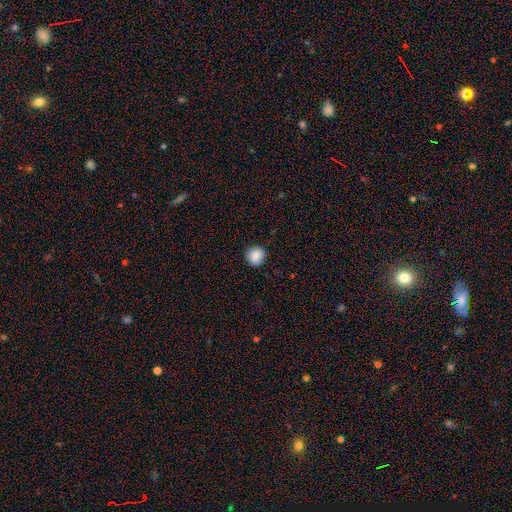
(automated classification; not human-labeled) smooth_or_featured: smooth (p=0.86) [alt: star or artifact p=0.09]
how_rounded: round (p=0.91) [alt: in between p=0.08]
merging: none (p=0.90) [alt: minor disturbance p=0.07]